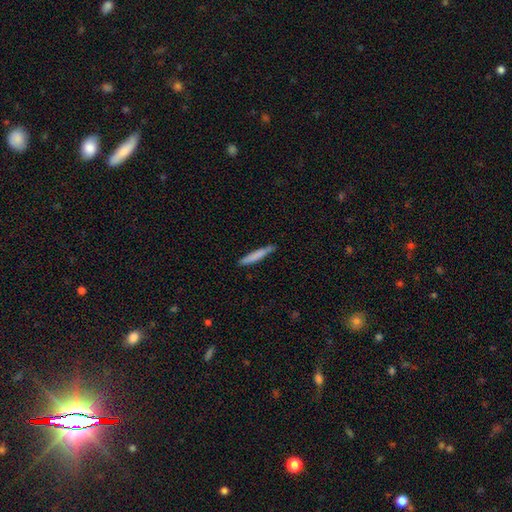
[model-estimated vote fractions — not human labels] This is likely a smooth galaxy (77%). How rounded: clearly cigar-shaped (94%). Merging: clearly none (80%).